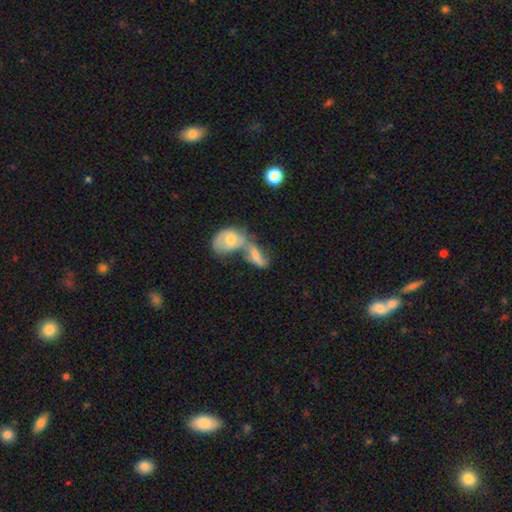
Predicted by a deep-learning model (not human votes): smooth_or_featured: smooth (p=0.52) [alt: featured or disk p=0.39]
how_rounded: in between (p=0.79) [alt: cigar-shaped p=0.14]
merging: merger (p=0.71) [alt: none p=0.14]